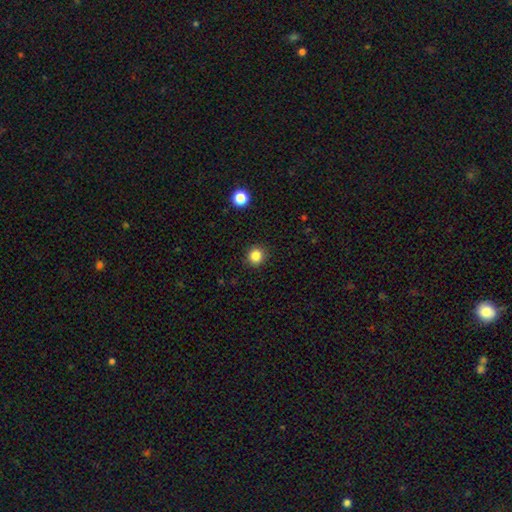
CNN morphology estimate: This appears to be a smooth galaxy with no disk features (84%) that is round (91%). Merging: none (91%).